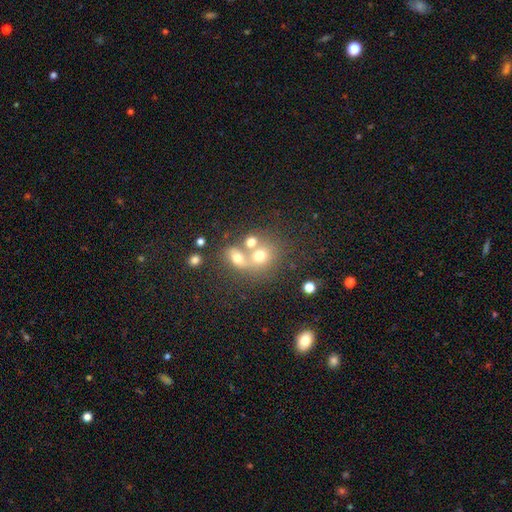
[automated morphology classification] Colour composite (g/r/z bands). It shows a smooth galaxy with no disk features (56%) that is round (66%). Merging: merger (58%).